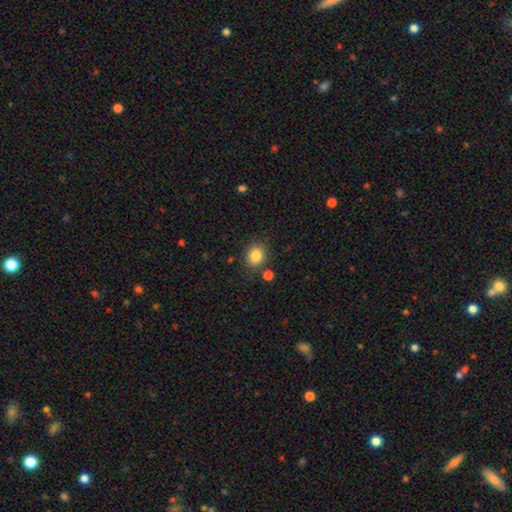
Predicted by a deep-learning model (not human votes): A smooth galaxy with no disk features (84%) that is round (67%).

Vote fractions:
- Smooth or featured? smooth: 84% / star or artifact: 10% / featured or disk: 6%
- How rounded? round: 67% / in between: 32% / cigar-shaped: 1%
- Merging? none: 83% / minor disturbance: 10% / merger: 5% / major disturbance: 3%